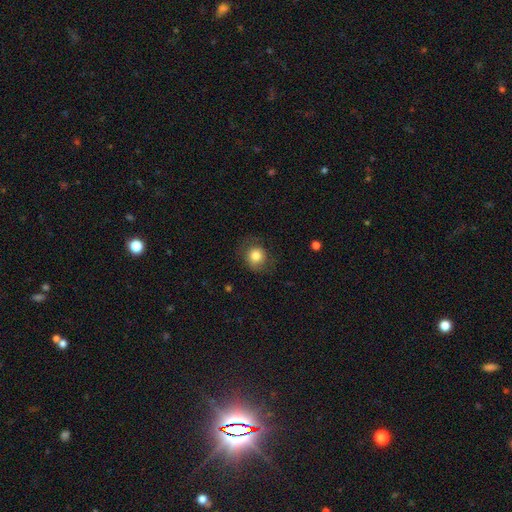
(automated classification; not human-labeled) smooth_or_featured: smooth (p=0.81) [alt: featured or disk p=0.10]
how_rounded: round (p=0.76) [alt: in between p=0.23]
merging: none (p=0.73) [alt: minor disturbance p=0.18]